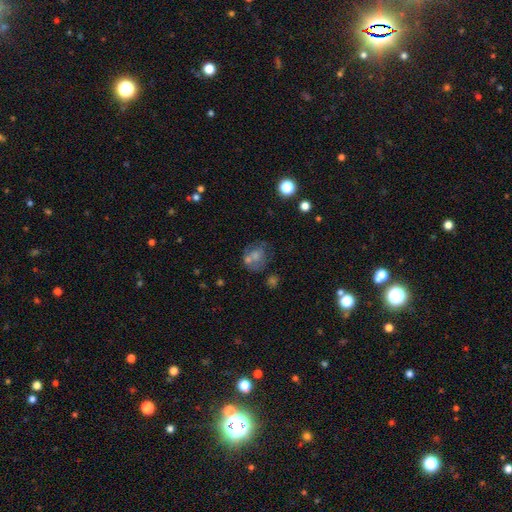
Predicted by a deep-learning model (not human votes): This appears to be a smooth galaxy with no disk features (39%). Merging: none (49%).